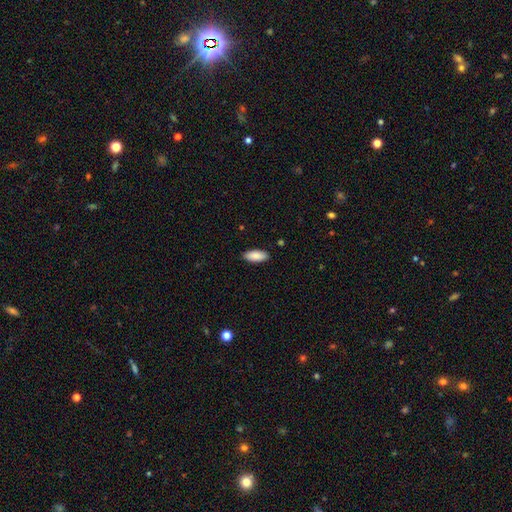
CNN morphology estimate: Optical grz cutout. It shows a smooth galaxy with no disk features (88%) that is in between round and cigar-shaped (86%). Merging: none (89%).